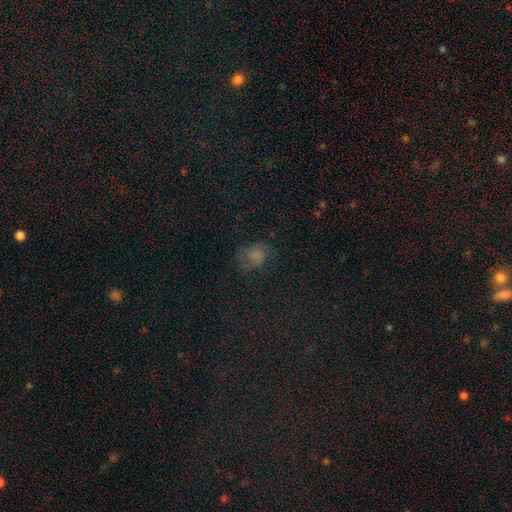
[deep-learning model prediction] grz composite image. It shows a smooth galaxy with no disk features (57%) that is in between round and cigar-shaped (55%). Merging: none (59%).